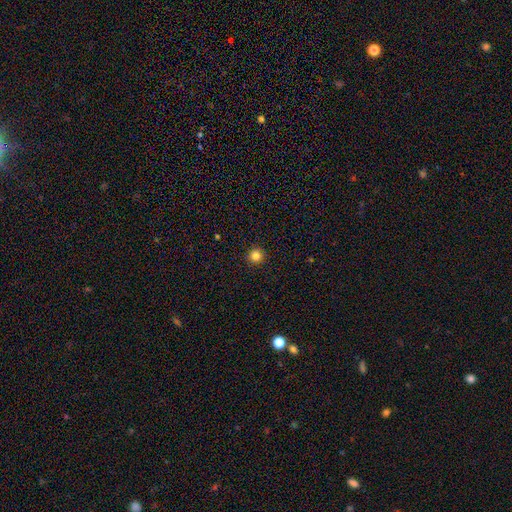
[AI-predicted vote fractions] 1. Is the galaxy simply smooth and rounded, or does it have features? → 83% smooth, 13% star or artifact, 4% featured or disk.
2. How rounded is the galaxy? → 96% round, 3% in between, 1% cigar-shaped.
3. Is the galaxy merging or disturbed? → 93% none, 4% minor disturbance, 1% major disturbance, 1% merger.